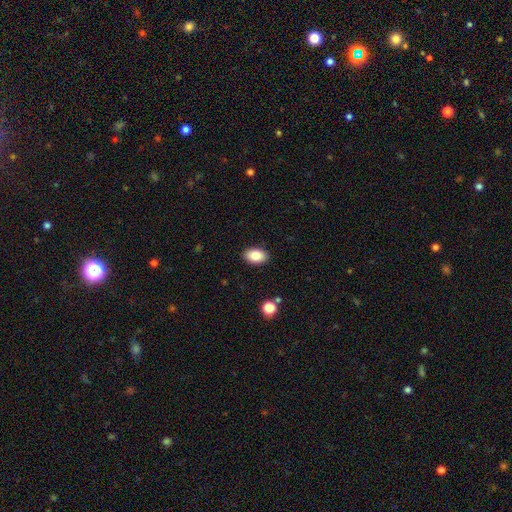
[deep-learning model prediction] Smooth or featured? Predicted: smooth (p=0.85). How rounded? Predicted: in between (p=0.90). Merging? Predicted: none (p=0.89).